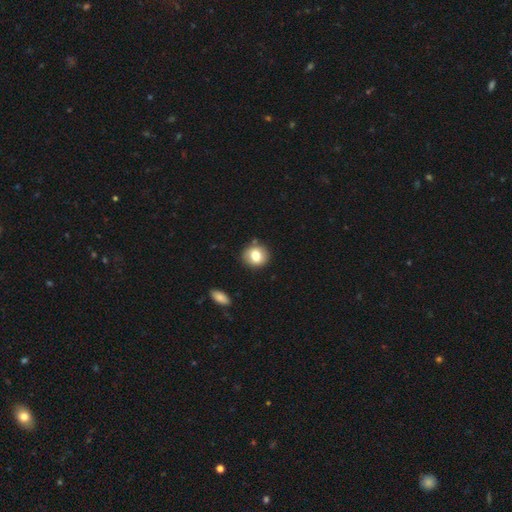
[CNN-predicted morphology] This appears to be a smooth galaxy with no disk features (77%) that is round (81%). Merging: none (84%).